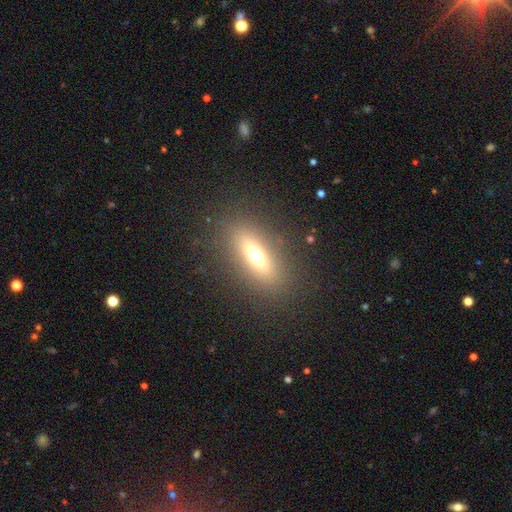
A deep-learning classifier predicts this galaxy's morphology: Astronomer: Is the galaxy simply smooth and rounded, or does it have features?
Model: smooth — 52% (runner-up: featured or disk, 33%).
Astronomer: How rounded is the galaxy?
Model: in between — 59%.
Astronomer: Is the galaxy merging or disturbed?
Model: none — 85%.